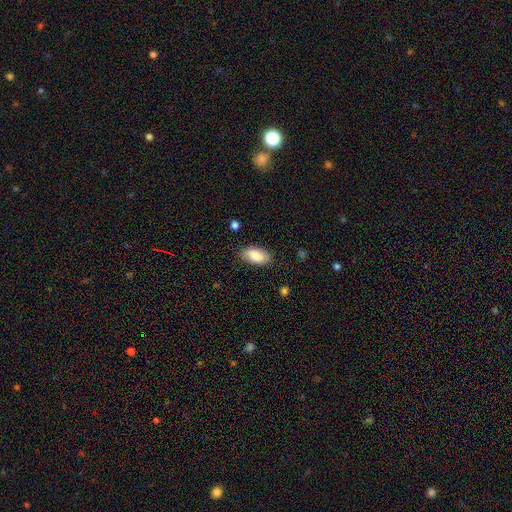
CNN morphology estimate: Q: Smooth or featured?
A: smooth (85%); runner-up: featured or disk (9%)
Q: How rounded?
A: in between (93%); runner-up: cigar-shaped (4%)
Q: Merging?
A: none (83%); runner-up: minor disturbance (13%)